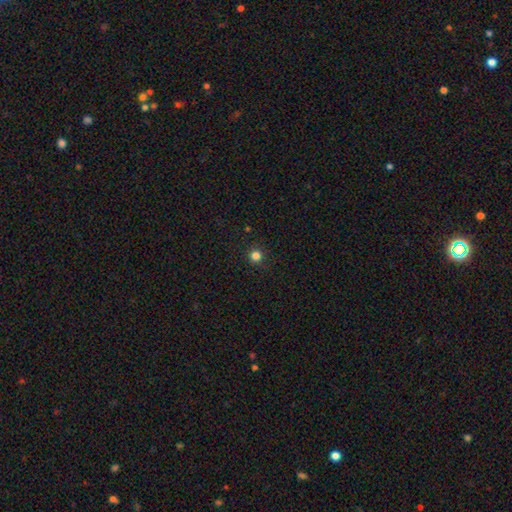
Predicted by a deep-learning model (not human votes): smooth-or-featured: smooth: 82% | star or artifact: 15% | featured or disk: 4%
  how-rounded: round: 96% | in between: 3% | cigar-shaped: 1%
  merging: none: 93% | minor disturbance: 5% | major disturbance: 2% | merger: 1%